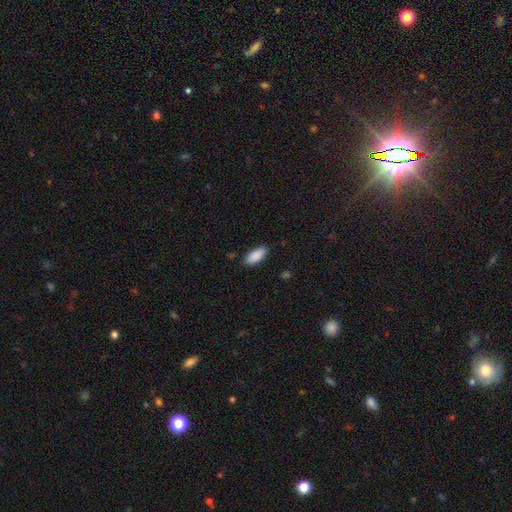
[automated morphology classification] Overall: smooth (90%). How rounded: in between (90%). Merging: none (87%).